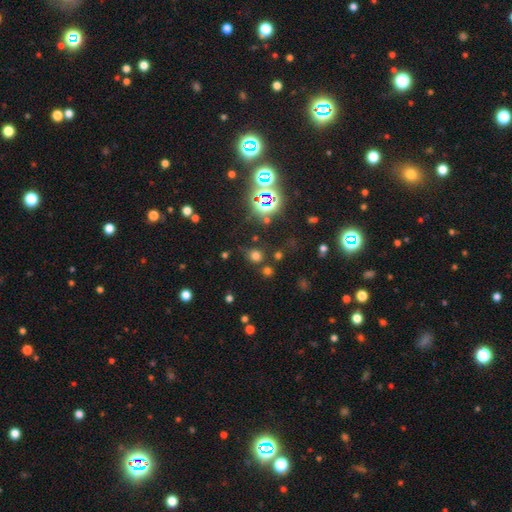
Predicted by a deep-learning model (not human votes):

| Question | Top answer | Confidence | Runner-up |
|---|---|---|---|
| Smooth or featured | smooth | 59% | star or artifact (34%) |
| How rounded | round | 84% | in between (14%) |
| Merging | none | 77% | minor disturbance (11%) |